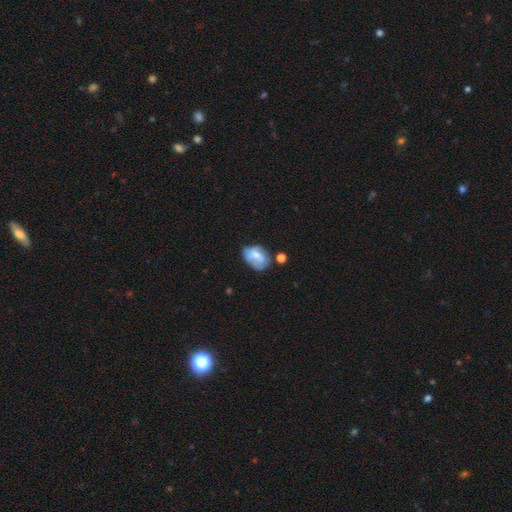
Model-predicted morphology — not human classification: A smooth galaxy with no disk features (56%) that is in between round and cigar-shaped (79%). Merging: none (40%).